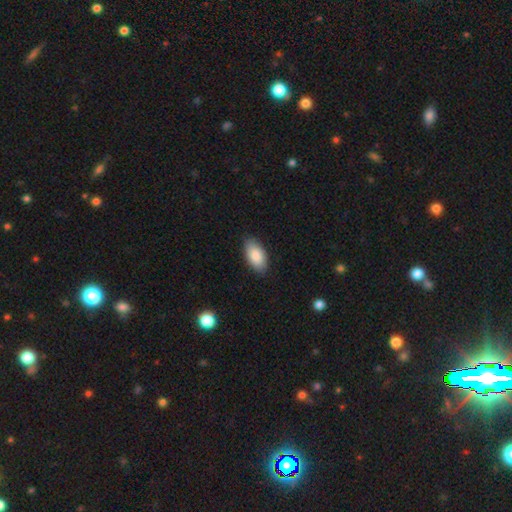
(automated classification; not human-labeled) Smooth or featured?
  - smooth: 87% *
  - featured or disk: 7%
  - star or artifact: 6%
How rounded?
  - in between: 95% *
  - cigar-shaped: 3%
  - round: 3%
Merging?
  - none: 86% *
  - minor disturbance: 11%
  - major disturbance: 2%
  - merger: 1%